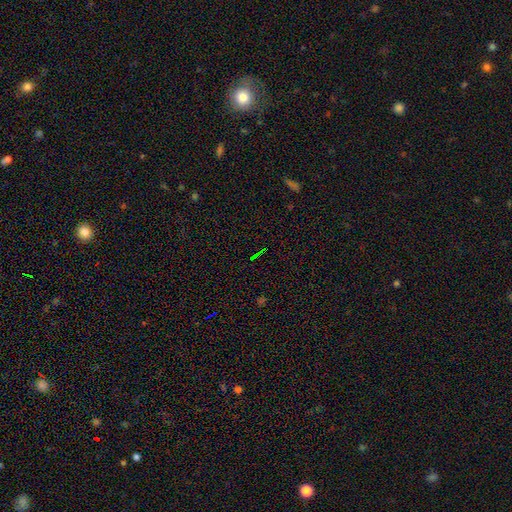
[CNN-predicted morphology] smooth-or-featured: star or artifact: 73% | smooth: 15% | featured or disk: 12%